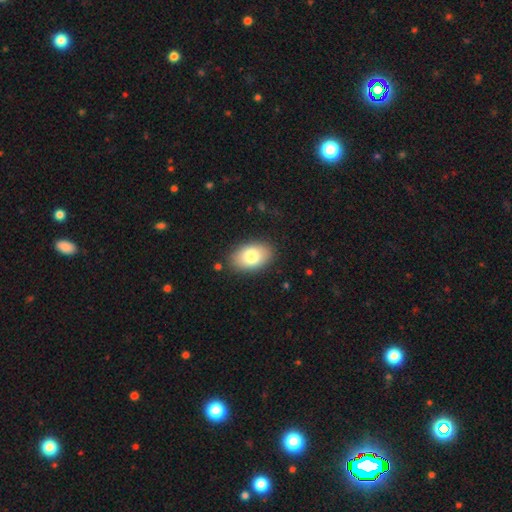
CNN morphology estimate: Smooth or featured: smooth — 81% (featured or disk — 12%)
How rounded: in between — 90% (round — 9%)
Merging: none — 86% (minor disturbance — 10%)